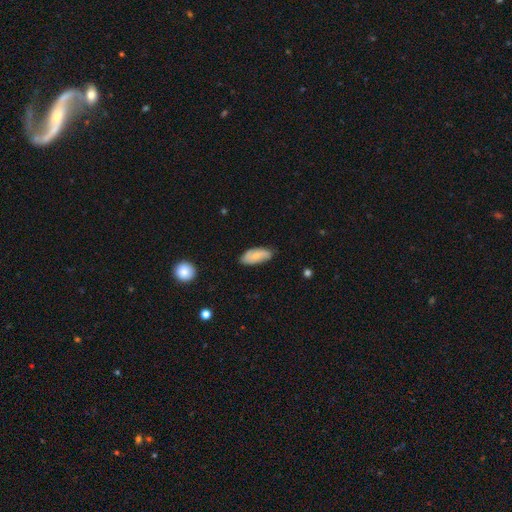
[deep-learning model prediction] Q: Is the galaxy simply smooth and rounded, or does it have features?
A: smooth — 57%.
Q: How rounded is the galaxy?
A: in between — 88%.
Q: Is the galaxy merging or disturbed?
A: none — 74%.